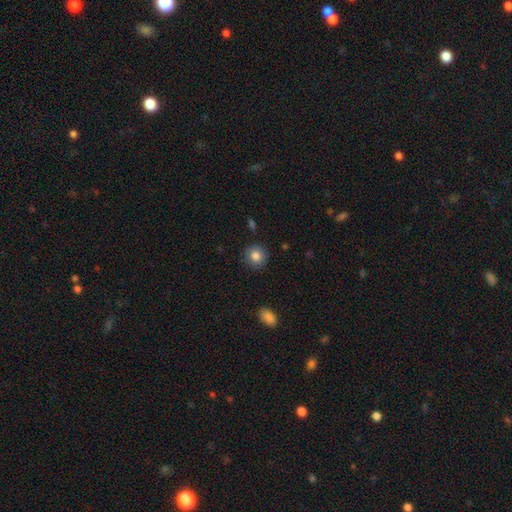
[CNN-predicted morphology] type=smooth (83%); roundness=round (91%); merging=none (89%).